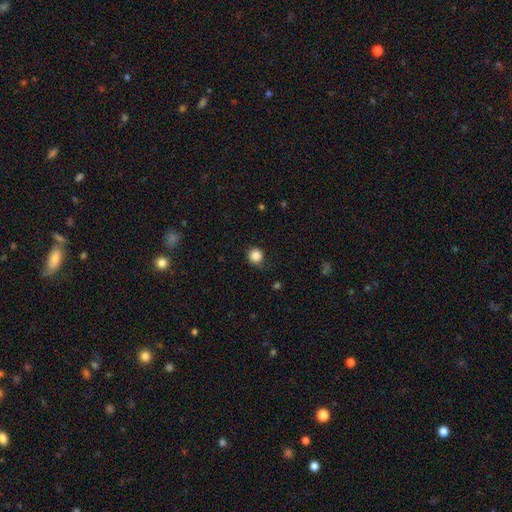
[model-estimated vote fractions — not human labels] This appears to be a smooth galaxy with no disk features (85%) that is round (92%). Merging: none (81%).